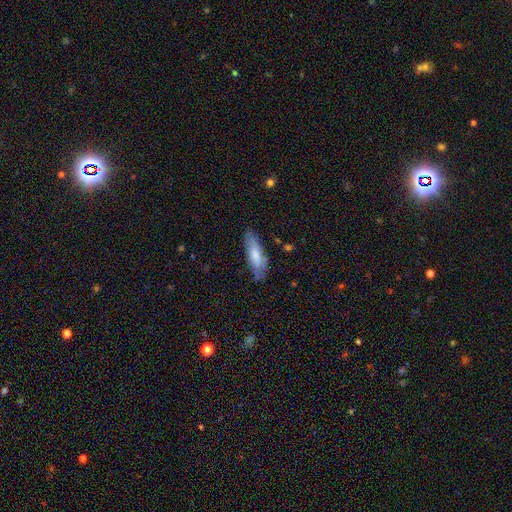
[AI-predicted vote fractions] This is likely a smooth galaxy (66%). How rounded: possibly cigar-shaped (49%, tied with in between). Merging: likely none (73%).